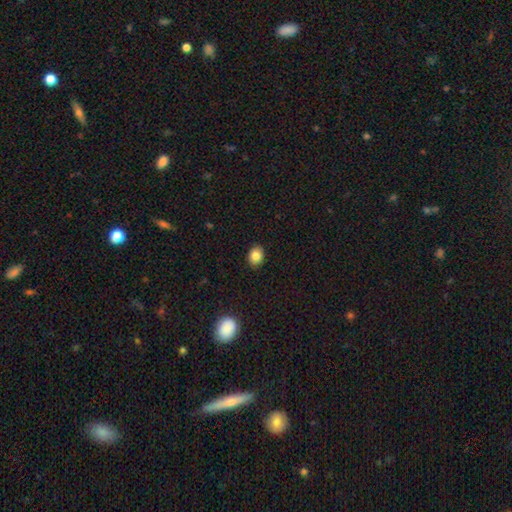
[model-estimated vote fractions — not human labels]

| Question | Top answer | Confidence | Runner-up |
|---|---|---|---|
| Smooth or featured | smooth | 83% | star or artifact (10%) |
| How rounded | in between | 58% | round (41%) |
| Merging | none | 89% | minor disturbance (8%) |